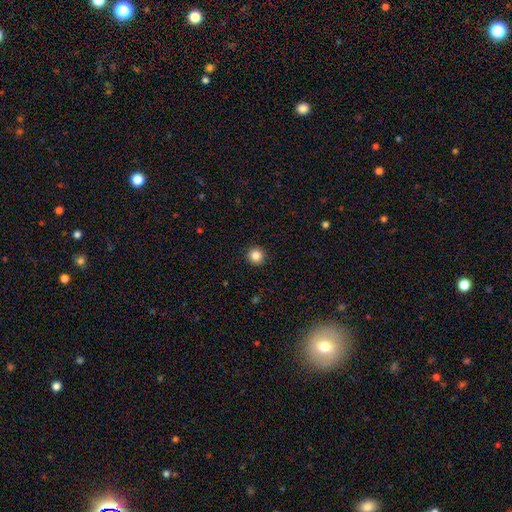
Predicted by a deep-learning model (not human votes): Overall: smooth (85%). How rounded: round (95%). Merging: none (93%).